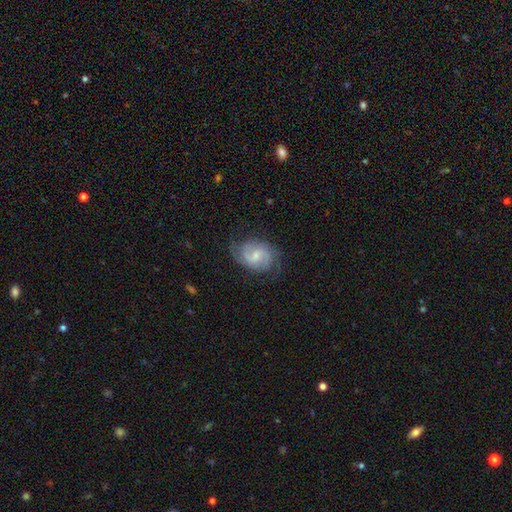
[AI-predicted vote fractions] Q: Smooth or featured?
A: featured or disk (74%); runner-up: smooth (19%)
Q: Edge-on disk?
A: no (98%); runner-up: yes (2%)
Q: Bar?
A: weak (57%); runner-up: no (31%)
Q: Spiral arms?
A: yes (94%); runner-up: no (6%)
Q: Spiral winding?
A: medium (48%); runner-up: tight (28%)
Q: Spiral arm count?
A: 2 (79%); runner-up: can't tell (11%)
Q: Bulge size?
A: small (53%); runner-up: moderate (36%)
Q: Merging?
A: none (70%); runner-up: minor disturbance (20%)